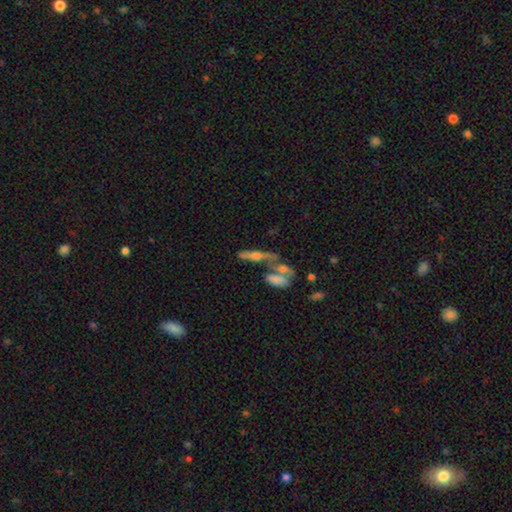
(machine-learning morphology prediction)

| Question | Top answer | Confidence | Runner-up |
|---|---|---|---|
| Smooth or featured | featured or disk | 55% | smooth (34%) |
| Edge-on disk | yes | 81% | no (19%) |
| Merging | none | 43% | merger (35%) |